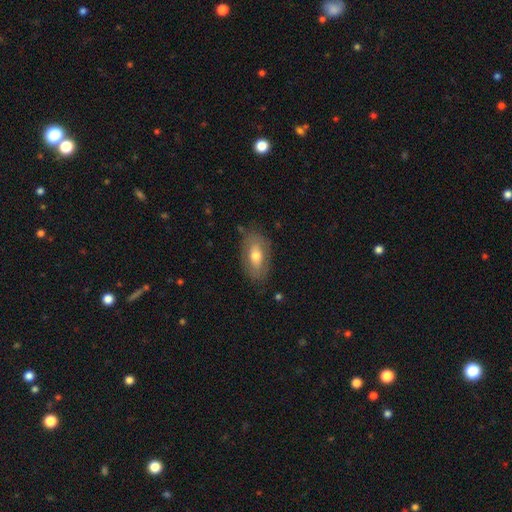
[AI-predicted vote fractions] This appears to be a smooth galaxy with no disk features (60%) that is in between round and cigar-shaped (89%). Merging: none (77%).